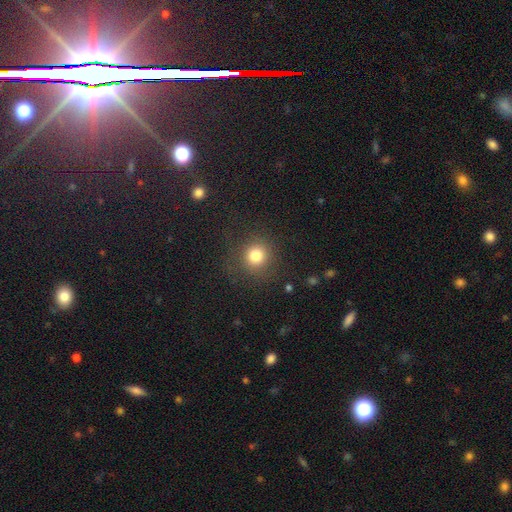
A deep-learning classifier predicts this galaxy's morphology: type=smooth (81%); roundness=round (90%); merging=none (83%).